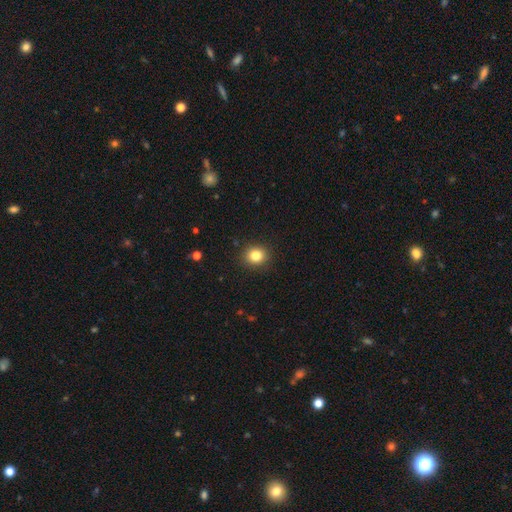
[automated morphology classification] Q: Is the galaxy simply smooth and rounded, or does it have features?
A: smooth — 83%.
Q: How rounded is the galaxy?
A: round — 80%.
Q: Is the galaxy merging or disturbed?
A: none — 90%.